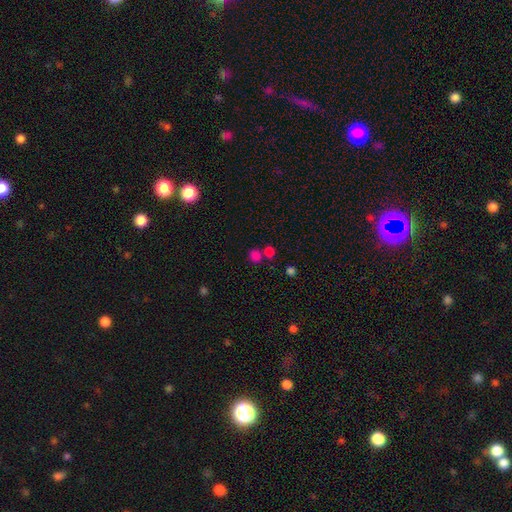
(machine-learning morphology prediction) Smooth or featured? smooth (74%)
How rounded? round (74%)
Merging? none (57%)